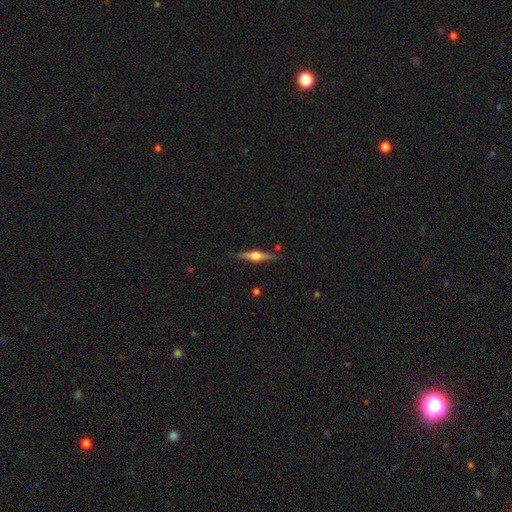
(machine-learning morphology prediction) This is likely a featured or disk galaxy (71%). It is clearly viewed edge-on (97%). Edge-on bulge: clearly rounded (92%). Merging: clearly none (86%).